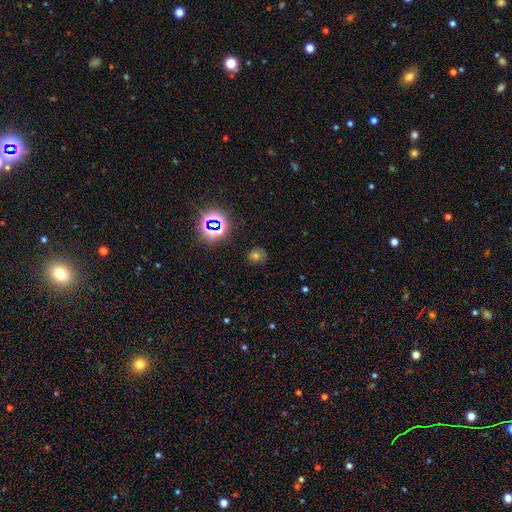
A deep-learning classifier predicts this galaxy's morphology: smooth_or_featured: smooth (p=0.48) [alt: star or artifact p=0.41]
merging: none (p=0.82) [alt: minor disturbance p=0.12]